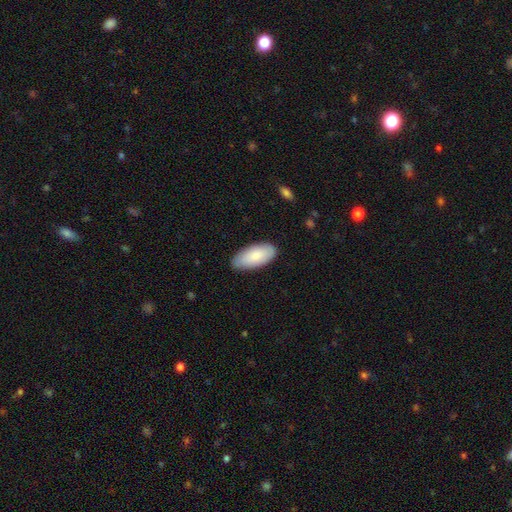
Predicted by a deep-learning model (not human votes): smooth-or-featured: smooth: 83% | featured or disk: 12% | star or artifact: 5%
  how-rounded: in between: 91% | cigar-shaped: 8% | round: 2%
  merging: none: 82% | minor disturbance: 14% | major disturbance: 2% | merger: 1%